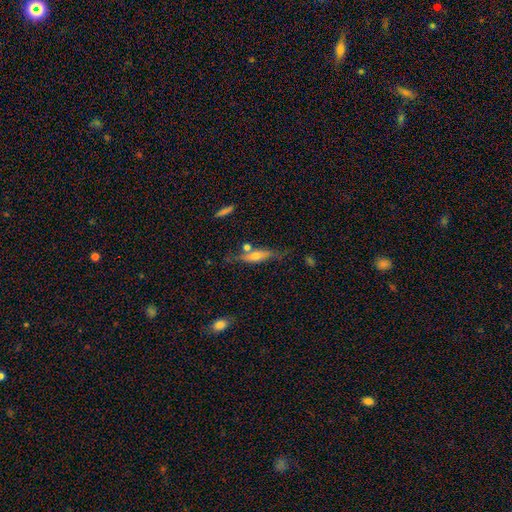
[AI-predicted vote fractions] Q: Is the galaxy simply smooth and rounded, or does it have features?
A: featured or disk — 54%.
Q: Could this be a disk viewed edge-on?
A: yes — 83%.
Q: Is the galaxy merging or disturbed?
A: none — 63%.